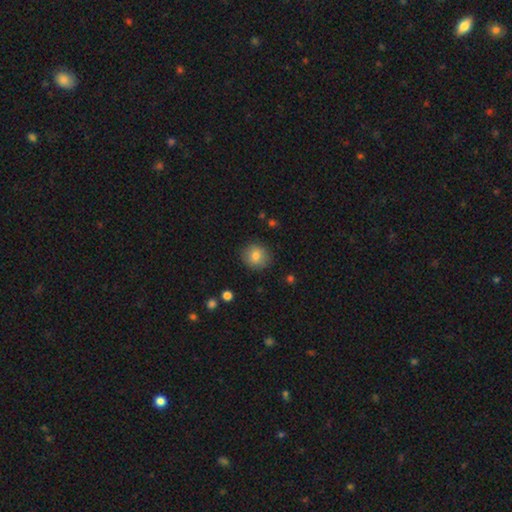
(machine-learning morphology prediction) Smooth or featured? Predicted: smooth (p=0.81). How rounded? Predicted: round (p=0.83). Merging? Predicted: none (p=0.87).